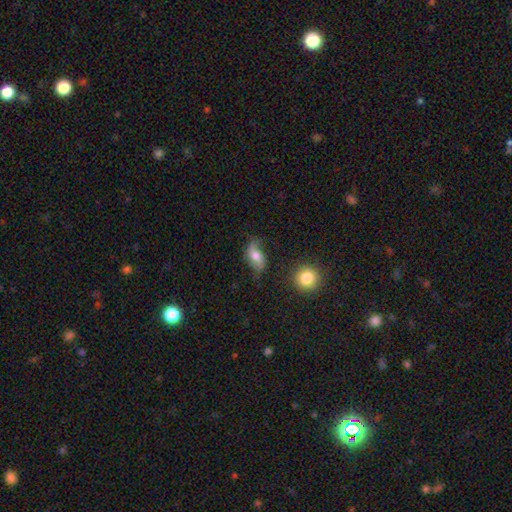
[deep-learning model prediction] This appears to be a featured or disk galaxy (49%). Merging: none (58%).